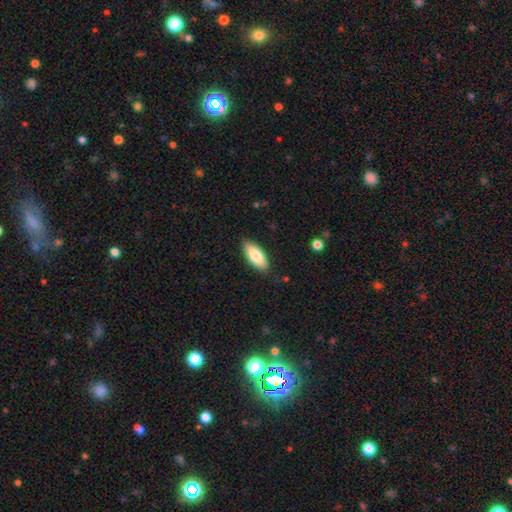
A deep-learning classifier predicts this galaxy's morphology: Smooth or featured?
  - smooth: 82% *
  - featured or disk: 12%
  - star or artifact: 6%
How rounded?
  - in between: 84% *
  - cigar-shaped: 14%
  - round: 2%
Merging?
  - none: 86% *
  - minor disturbance: 11%
  - major disturbance: 2%
  - merger: 1%